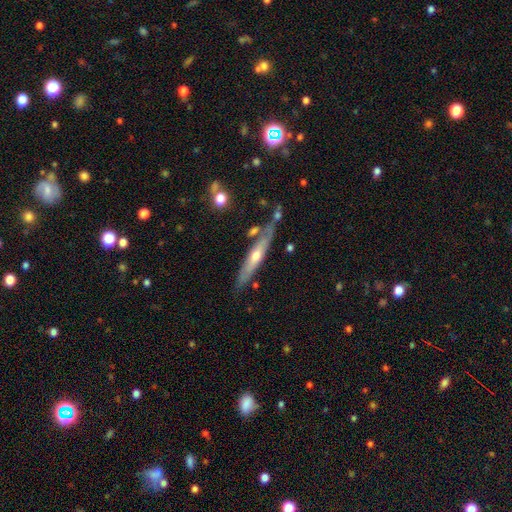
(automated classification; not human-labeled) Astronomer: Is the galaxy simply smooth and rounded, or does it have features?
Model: featured or disk — 68%.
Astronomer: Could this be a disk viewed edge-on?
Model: yes — 84%.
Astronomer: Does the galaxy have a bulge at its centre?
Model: rounded — 77%.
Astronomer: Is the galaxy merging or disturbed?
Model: none — 73%.